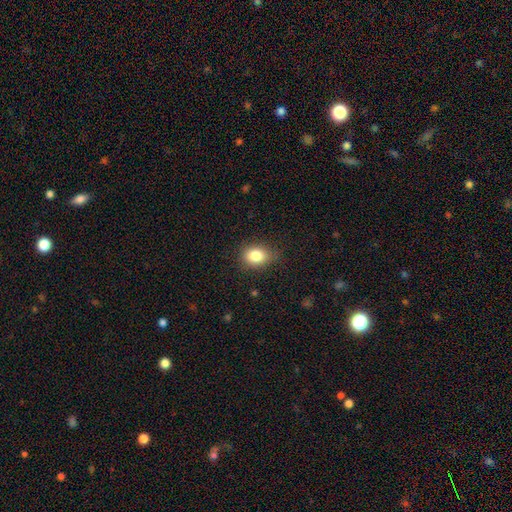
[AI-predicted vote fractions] Smooth or featured?
  - smooth: 83% *
  - star or artifact: 10%
  - featured or disk: 8%
How rounded?
  - in between: 59% *
  - round: 40%
  - cigar-shaped: 1%
Merging?
  - none: 79% *
  - minor disturbance: 16%
  - major disturbance: 3%
  - merger: 1%